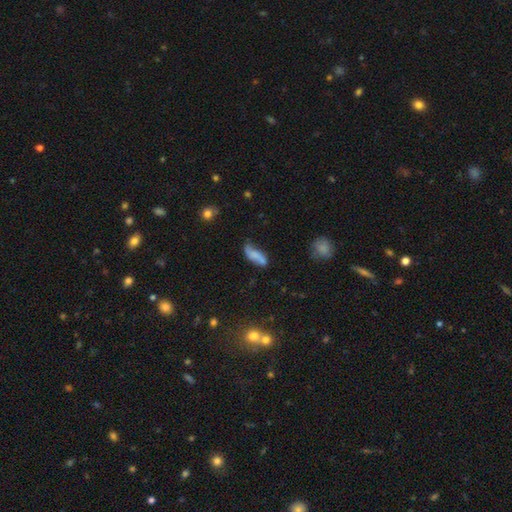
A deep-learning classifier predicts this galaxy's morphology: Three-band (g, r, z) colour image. It shows a smooth galaxy with no disk features (56%) that is in between round and cigar-shaped (68%). Merging: none (48%).